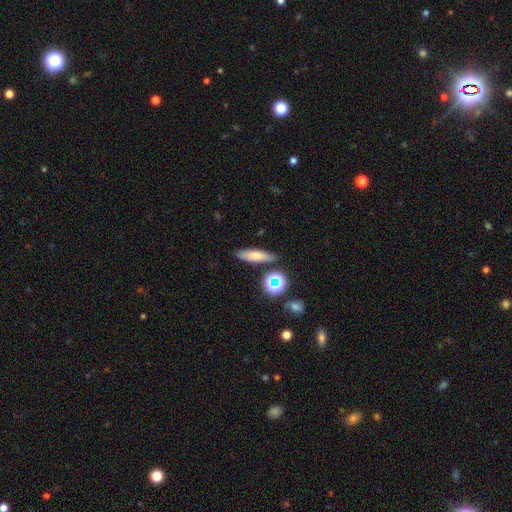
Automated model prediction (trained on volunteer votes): Smooth or featured: smooth — 68% (featured or disk — 19%)
How rounded: cigar-shaped — 57% (in between — 36%)
Merging: none — 80% (minor disturbance — 12%)